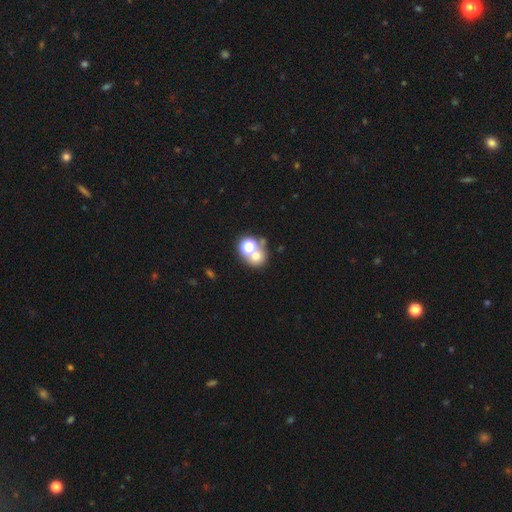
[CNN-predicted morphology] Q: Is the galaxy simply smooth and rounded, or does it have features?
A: smooth — 62%.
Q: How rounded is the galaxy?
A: round — 78%.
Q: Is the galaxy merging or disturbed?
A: none — 45%.